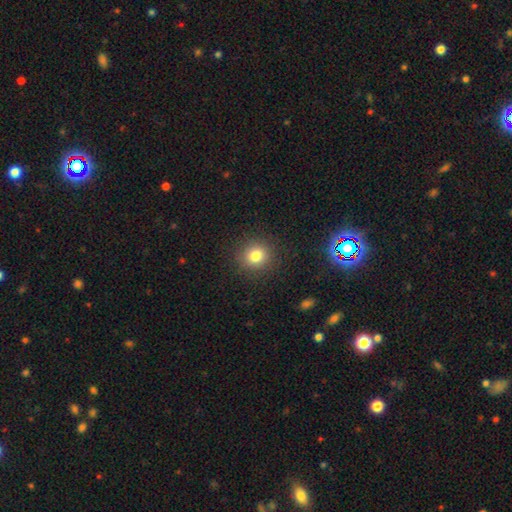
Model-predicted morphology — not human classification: type=smooth (80%); roundness=round (89%); merging=none (90%).